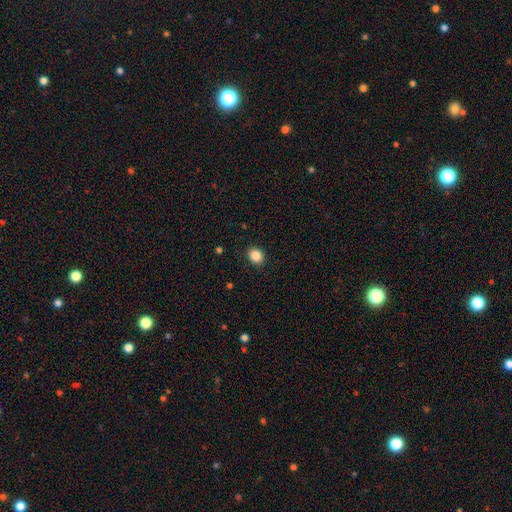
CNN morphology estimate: type=smooth (87%); roundness=round (61%); merging=none (89%).